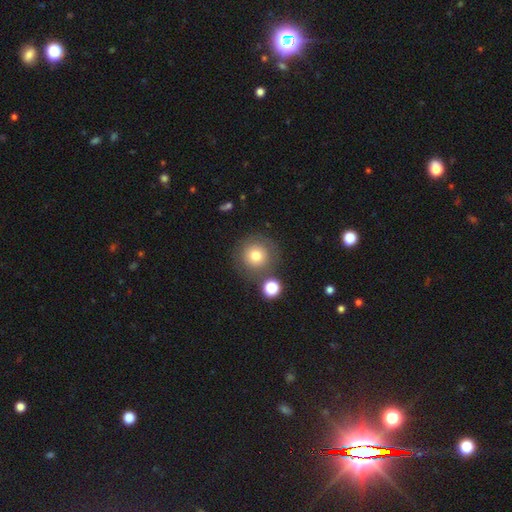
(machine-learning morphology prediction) type=smooth (72%); roundness=round (95%); merging=none (78%).